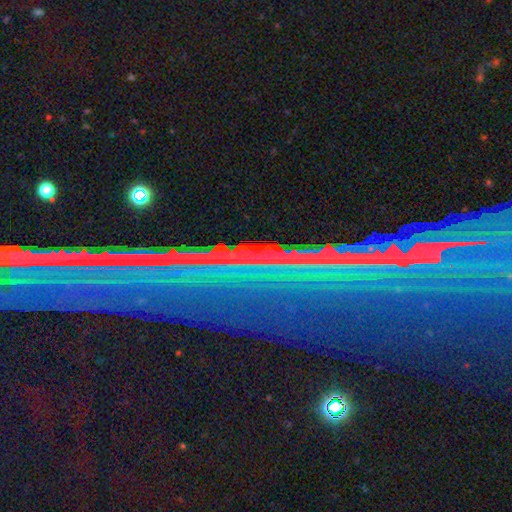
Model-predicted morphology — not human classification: Smooth or featured? star or artifact (85%)